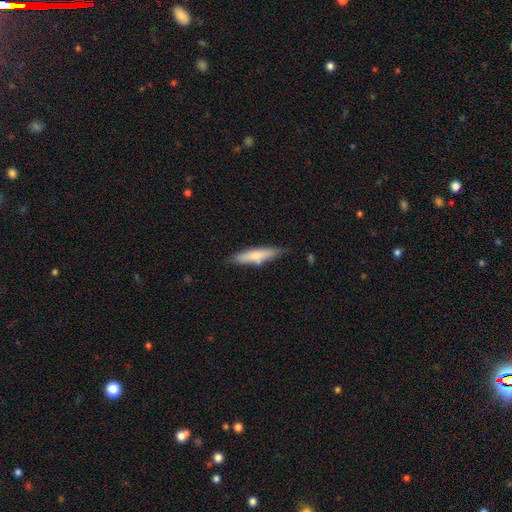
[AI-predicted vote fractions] smooth_or_featured: smooth (p=0.71) [alt: featured or disk p=0.23]
how_rounded: cigar-shaped (p=0.74) [alt: in between p=0.24]
merging: none (p=0.75) [alt: minor disturbance p=0.17]